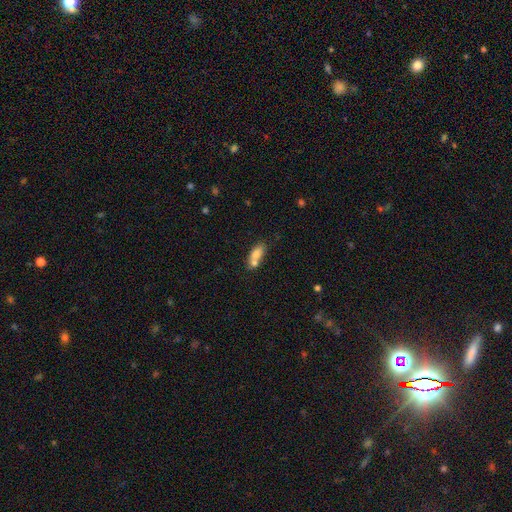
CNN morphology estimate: This is likely a smooth galaxy (75%). How rounded: likely in between (76%). Merging: marginally merger (43%).